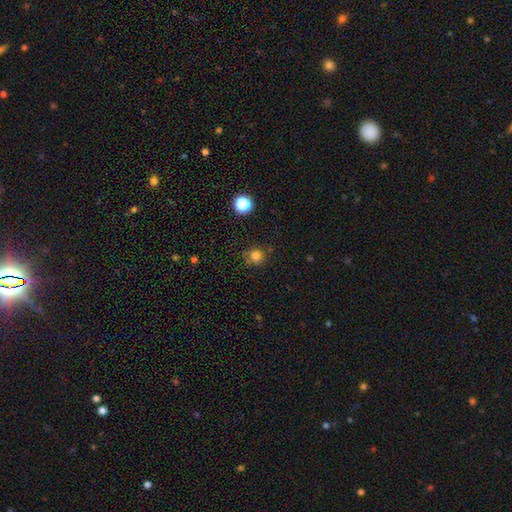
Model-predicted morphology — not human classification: Overall: smooth (79%). How rounded: round (89%). Merging: none (75%).